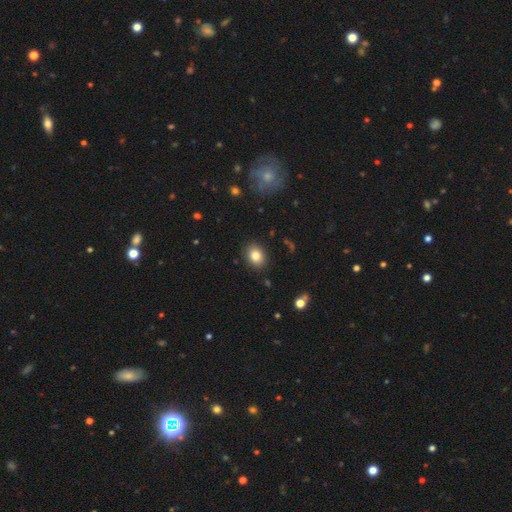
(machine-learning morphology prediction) smooth 82%, star or artifact 10%, featured or disk 8%. Down the decision tree: how rounded — in between (60%); merging — none (88%).